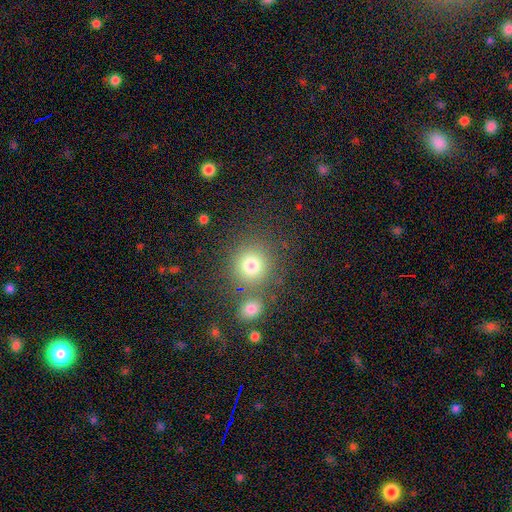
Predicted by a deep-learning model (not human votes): Morphology: type=smooth (76%); roundness=round (91%); merging=none (75%).